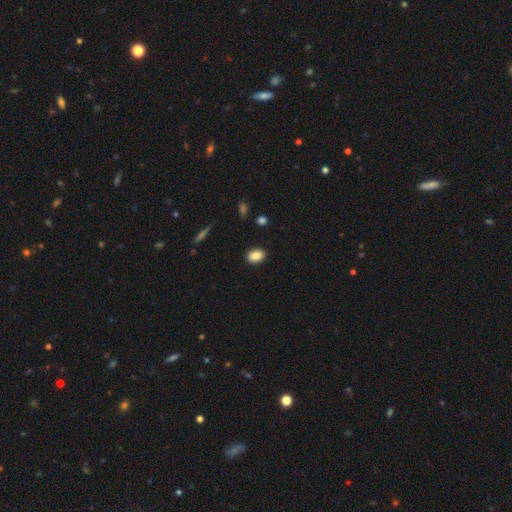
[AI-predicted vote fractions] Overall: smooth (87%). How rounded: in between (76%). Merging: none (90%).